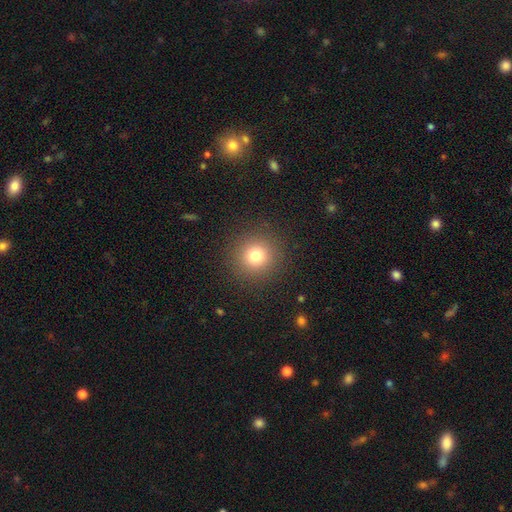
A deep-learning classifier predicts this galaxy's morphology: smooth 77%, star or artifact 14%, featured or disk 8%. Down the decision tree: how rounded — round (94%); merging — none (90%).